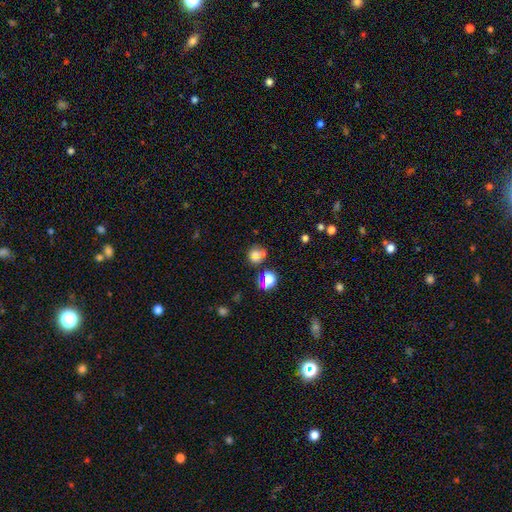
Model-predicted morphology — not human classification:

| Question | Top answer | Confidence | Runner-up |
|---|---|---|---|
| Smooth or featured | smooth | 62% | star or artifact (23%) |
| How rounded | round | 80% | in between (19%) |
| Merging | none | 52% | merger (31%) |